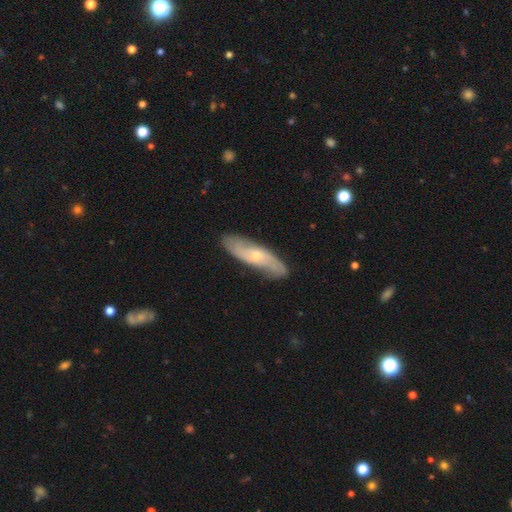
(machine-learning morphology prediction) smooth_or_featured: featured or disk (p=0.64) [alt: smooth p=0.31]
disk_edge_on: no (p=0.76) [alt: yes p=0.24]
merging: none (p=0.81) [alt: minor disturbance p=0.14]